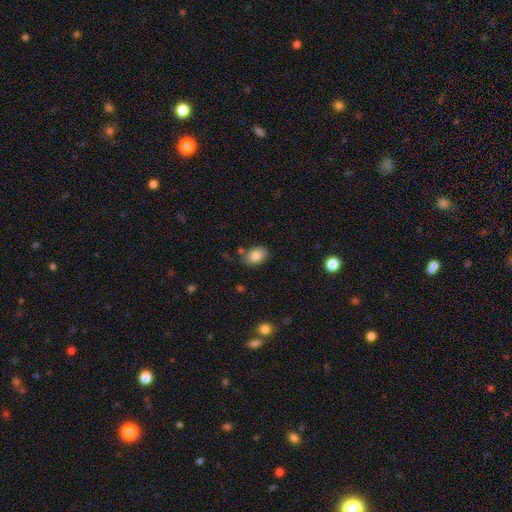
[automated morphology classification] This is clearly a smooth galaxy (83%). How rounded: likely in between (76%). Merging: likely none (77%).